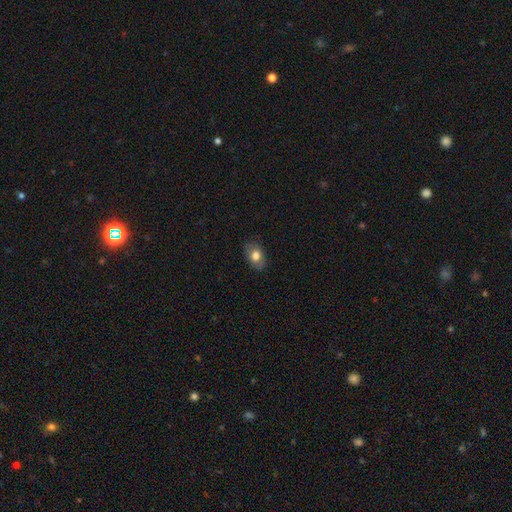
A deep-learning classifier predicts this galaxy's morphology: The model was most divided on "smooth or featured": smooth: 75%, featured or disk: 17%, star or artifact: 8%. More confident: merging — none (83%); how rounded — in between (83%).